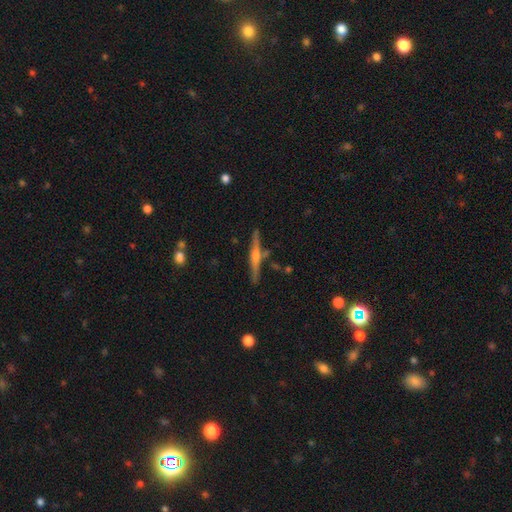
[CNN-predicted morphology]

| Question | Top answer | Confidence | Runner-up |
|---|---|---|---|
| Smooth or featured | featured or disk | 76% | smooth (17%) |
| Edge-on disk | yes | 98% | no (2%) |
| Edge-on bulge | rounded | 85% | none (9%) |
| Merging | none | 85% | minor disturbance (9%) |